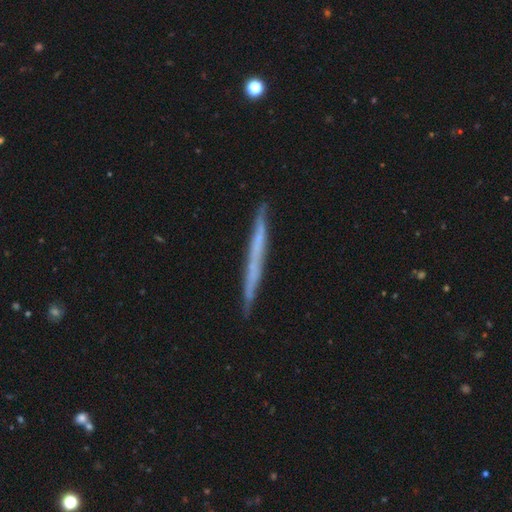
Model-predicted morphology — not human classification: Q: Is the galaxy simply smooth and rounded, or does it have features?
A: featured or disk — 52%.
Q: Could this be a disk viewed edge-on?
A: yes — 96%.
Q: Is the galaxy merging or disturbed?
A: none — 89%.